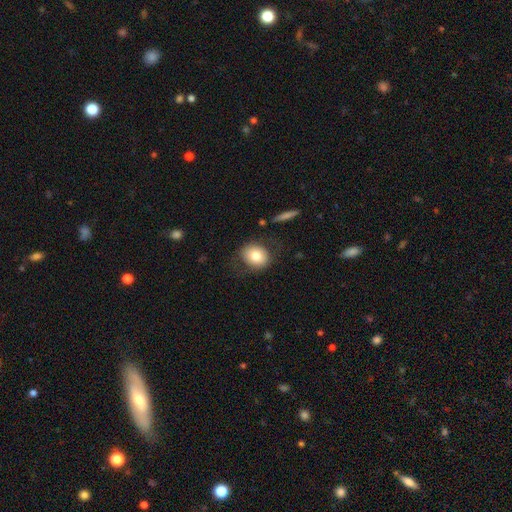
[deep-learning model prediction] This is likely a smooth galaxy (77%). How rounded: likely round (64%). Merging: likely none (76%).